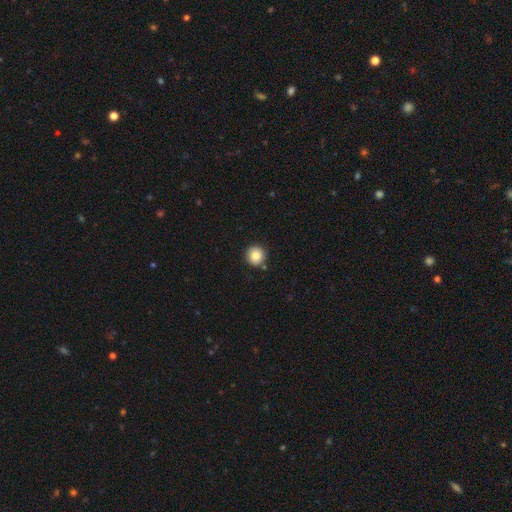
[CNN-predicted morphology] The model was most divided on "smooth or featured": smooth: 84%, star or artifact: 9%, featured or disk: 7%. More confident: how rounded — round (93%); merging — none (86%).